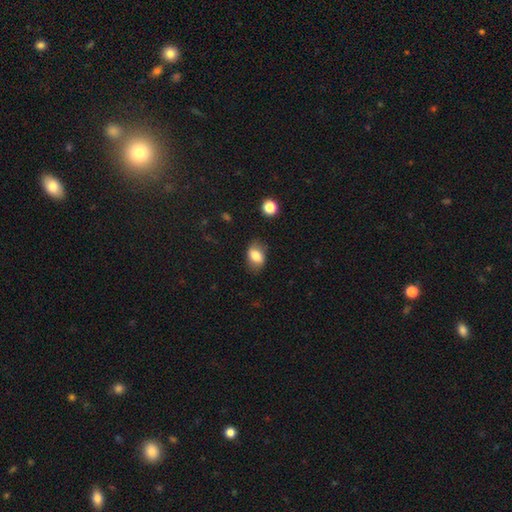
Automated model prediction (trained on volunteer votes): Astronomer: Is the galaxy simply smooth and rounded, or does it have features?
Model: smooth — 76%.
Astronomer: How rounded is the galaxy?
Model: in between — 82%.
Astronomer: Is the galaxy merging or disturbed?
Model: none — 73%.